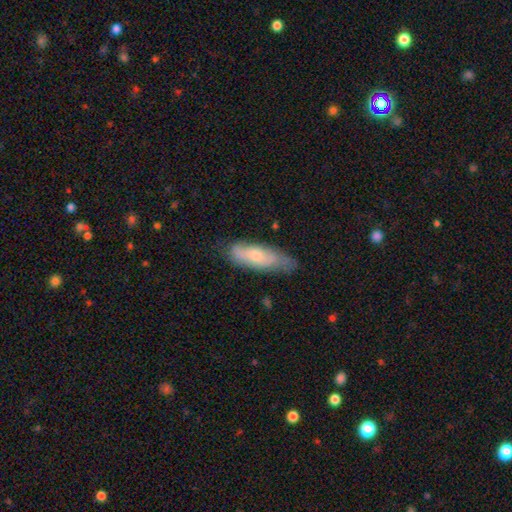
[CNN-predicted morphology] smooth 61%, featured or disk 32%, star or artifact 6%. Down the decision tree: how rounded — in between (59%); merging — none (59%).